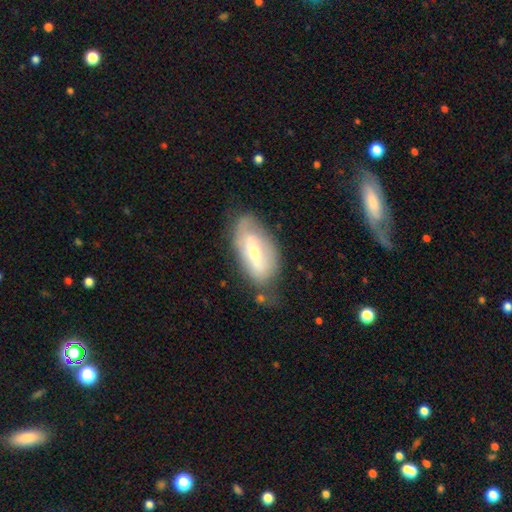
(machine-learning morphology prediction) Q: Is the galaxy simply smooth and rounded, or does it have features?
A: featured or disk — 57%.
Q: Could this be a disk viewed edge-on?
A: no — 84%.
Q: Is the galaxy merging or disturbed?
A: none — 64%.